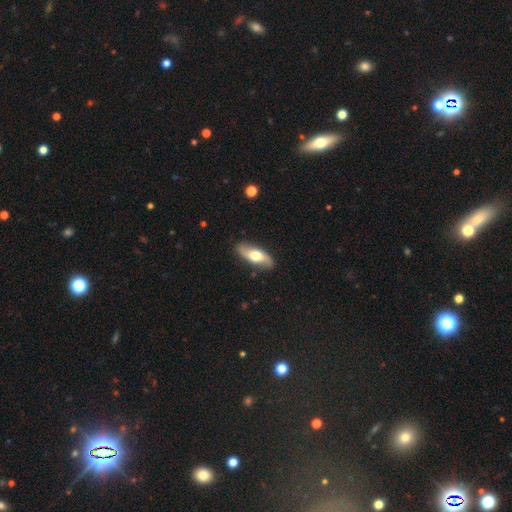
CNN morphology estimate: The model was most divided on "smooth or featured": featured or disk: 48%, smooth: 47%, star or artifact: 5%. More confident: merging — none (85%).